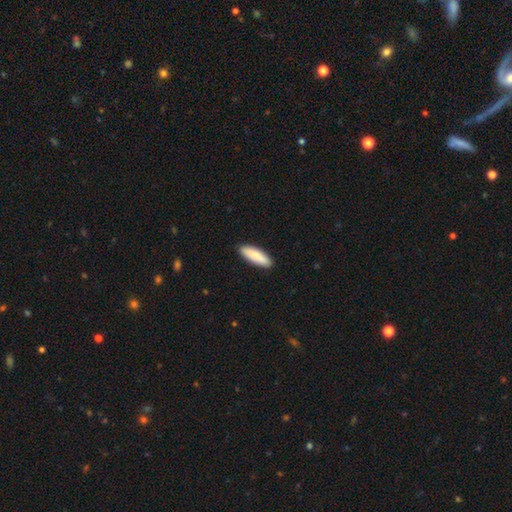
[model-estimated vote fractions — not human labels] A smooth galaxy with no disk features (87%) that is in between round and cigar-shaped (50%).

Vote fractions:
- Smooth or featured? smooth: 87% / featured or disk: 8% / star or artifact: 5%
- How rounded? in between: 50% / cigar-shaped: 48% / round: 2%
- Merging? none: 91% / minor disturbance: 7% / major disturbance: 1% / merger: 1%